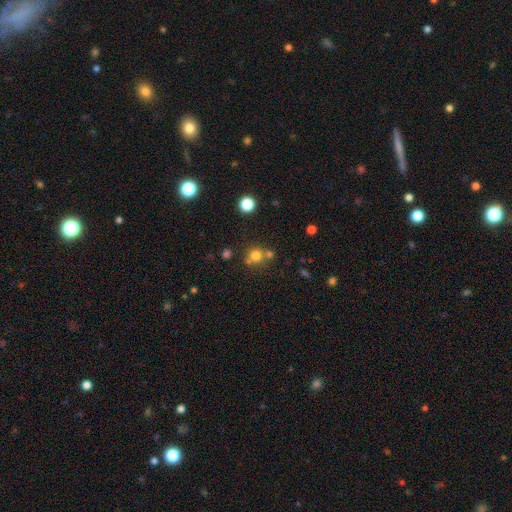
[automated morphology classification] smooth_or_featured: smooth (p=0.74) [alt: star or artifact p=0.17]
how_rounded: round (p=0.89) [alt: in between p=0.10]
merging: none (p=0.61) [alt: merger p=0.26]